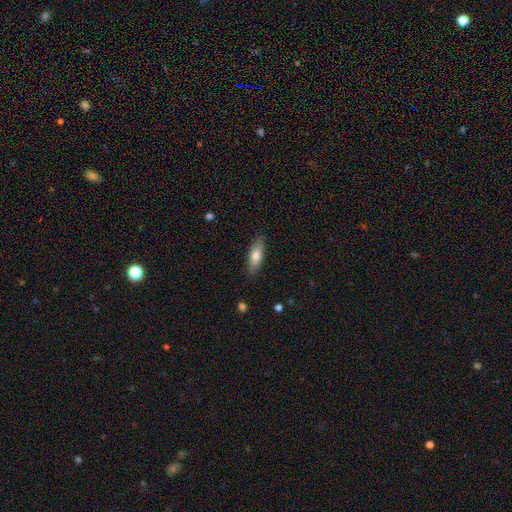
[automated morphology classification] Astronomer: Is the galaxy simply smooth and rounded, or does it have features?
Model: smooth — 74%.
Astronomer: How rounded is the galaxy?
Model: in between — 60% (runner-up: cigar-shaped, 38%).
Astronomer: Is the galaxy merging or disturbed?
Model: none — 86%.